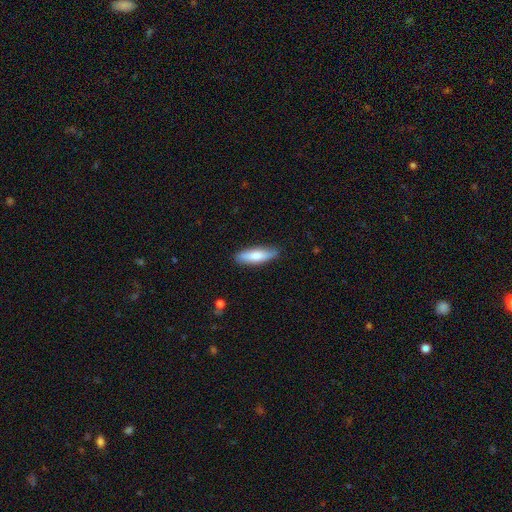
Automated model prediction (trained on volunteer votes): smooth 75%, featured or disk 19%, star or artifact 5%. Down the decision tree: how rounded — cigar-shaped (55%); merging — none (85%).